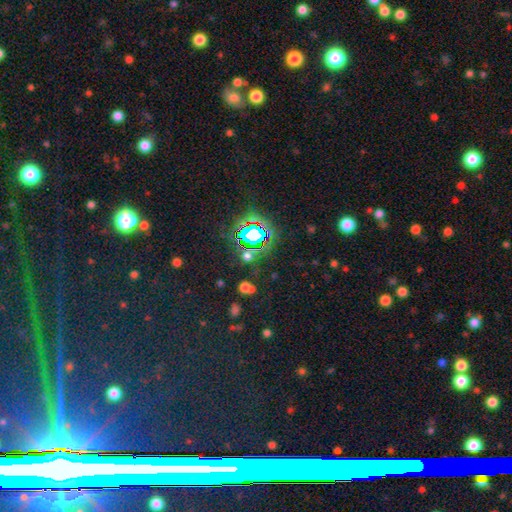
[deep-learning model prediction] The model was most divided on "smooth or featured": star or artifact: 77%, smooth: 15%, featured or disk: 8%.